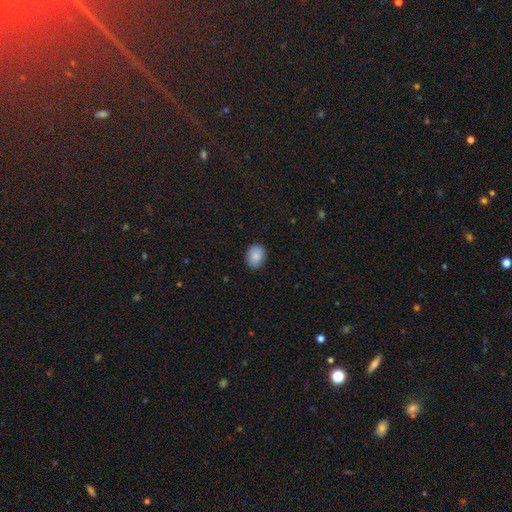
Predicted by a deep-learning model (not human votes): Morphology: type=smooth (87%); roundness=in between (54%); merging=none (87%).